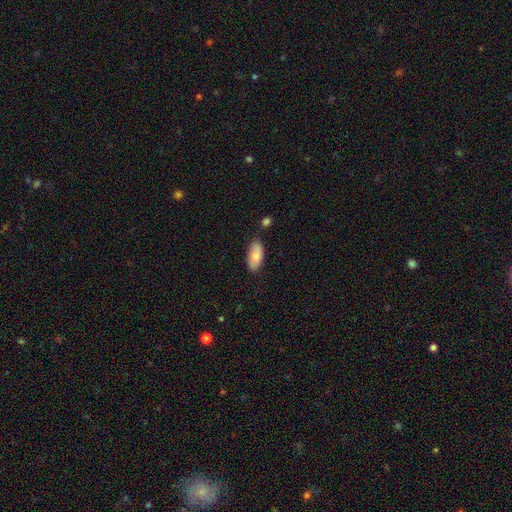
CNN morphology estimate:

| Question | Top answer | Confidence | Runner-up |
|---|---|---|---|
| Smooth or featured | smooth | 81% | featured or disk (13%) |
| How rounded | in between | 90% | cigar-shaped (8%) |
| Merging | none | 79% | minor disturbance (15%) |